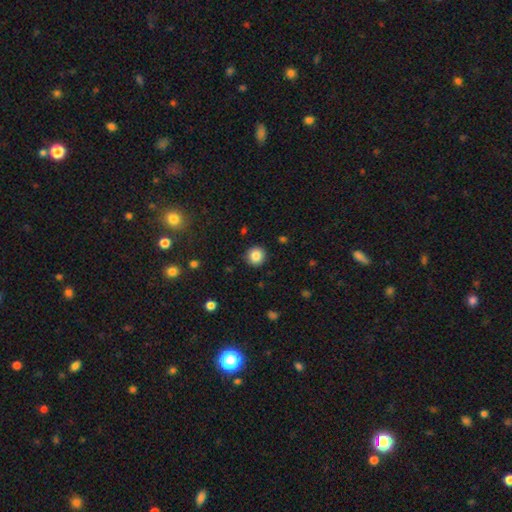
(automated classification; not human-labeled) Q: Smooth or featured?
A: smooth (85%); runner-up: star or artifact (10%)
Q: How rounded?
A: round (93%); runner-up: in between (6%)
Q: Merging?
A: none (91%); runner-up: minor disturbance (6%)